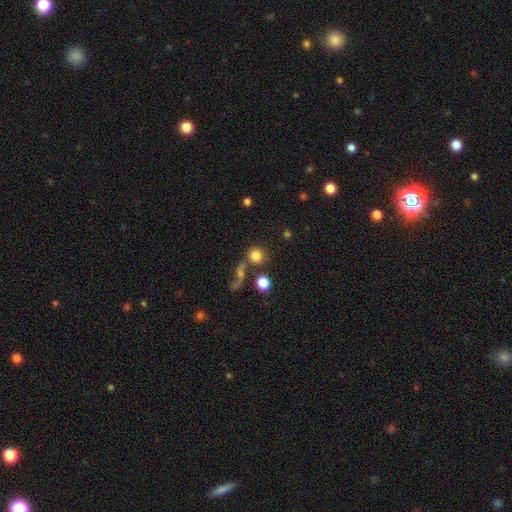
A smooth galaxy with no disk features (74%) that is round (86%). Merging: none (61%).